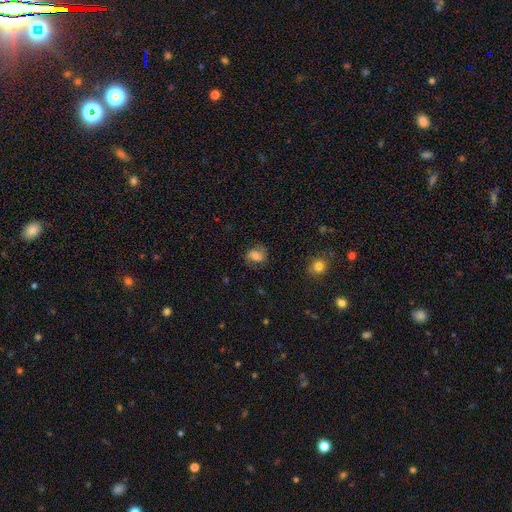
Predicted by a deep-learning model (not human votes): Smooth or featured? Predicted: smooth (p=0.48). Merging? Predicted: none (p=0.71).